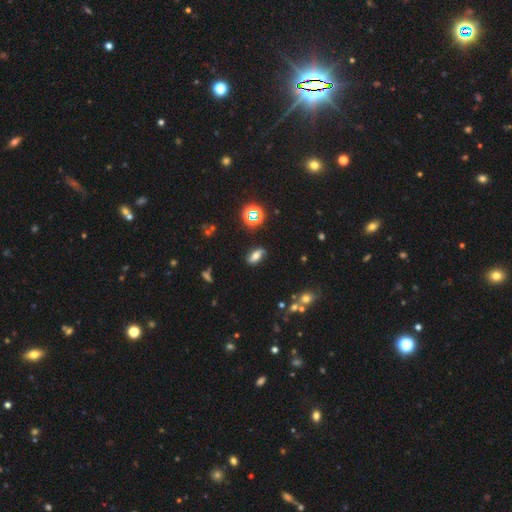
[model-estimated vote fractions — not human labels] smooth_or_featured: smooth (p=0.52) [alt: featured or disk p=0.29]
how_rounded: in between (p=0.75) [alt: cigar-shaped p=0.17]
merging: none (p=0.81) [alt: minor disturbance p=0.13]